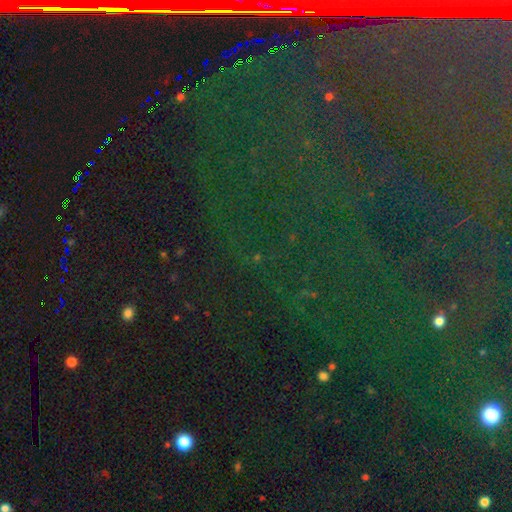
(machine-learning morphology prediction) A star or artifact, not a galaxy (85%).